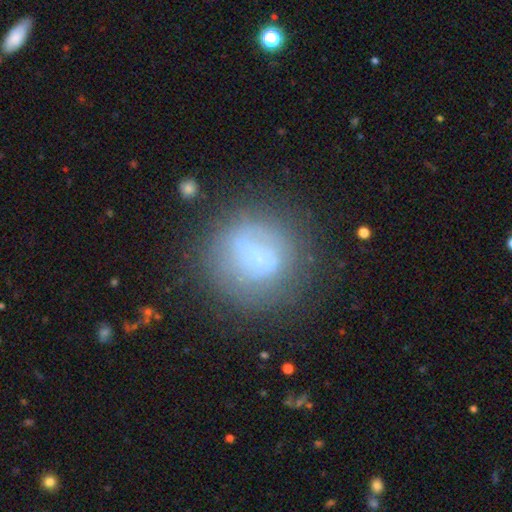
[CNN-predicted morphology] This appears to be a featured or disk galaxy (47%). Merging: none (67%).